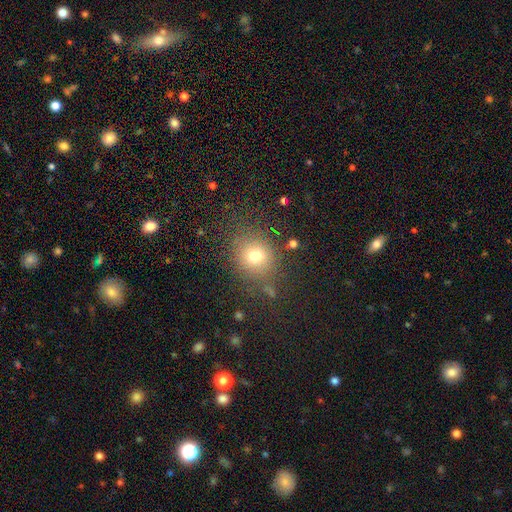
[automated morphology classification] type=smooth (73%); roundness=round (78%); merging=none (78%).